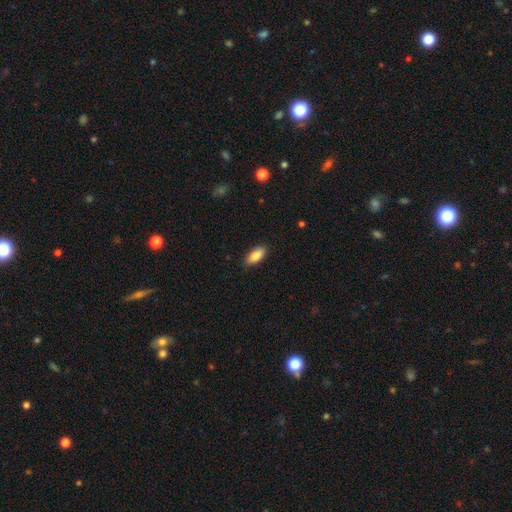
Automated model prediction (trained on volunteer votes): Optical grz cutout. It shows a smooth galaxy with no disk features (83%) that is in between round and cigar-shaped (85%). Merging: none (87%).